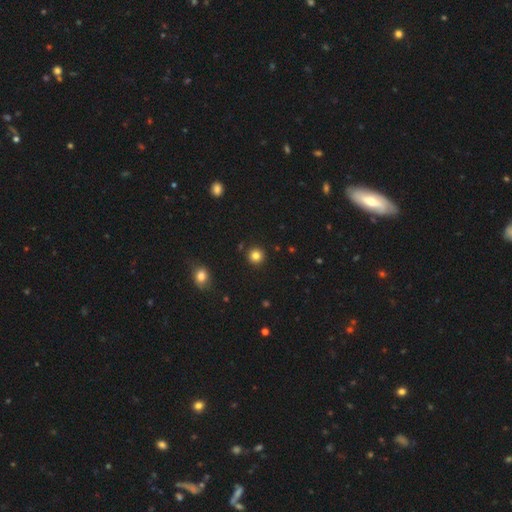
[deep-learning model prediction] smooth_or_featured: smooth (p=0.83) [alt: star or artifact p=0.12]
how_rounded: round (p=0.94) [alt: in between p=0.05]
merging: none (p=0.92) [alt: minor disturbance p=0.05]